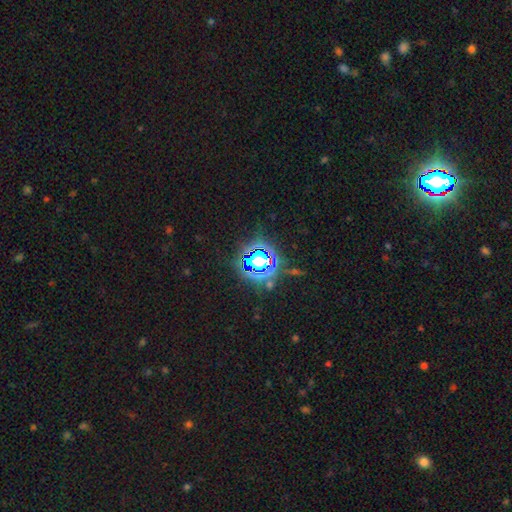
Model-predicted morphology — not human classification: star or artifact 75%, smooth 16%, featured or disk 9%.